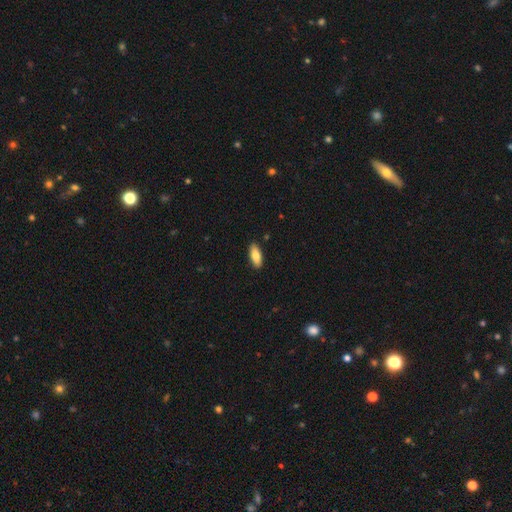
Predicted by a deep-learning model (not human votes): smooth-or-featured: smooth: 79% | featured or disk: 15% | star or artifact: 6%
  how-rounded: in between: 78% | cigar-shaped: 20% | round: 2%
  merging: none: 90% | minor disturbance: 8% | major disturbance: 2% | merger: 1%